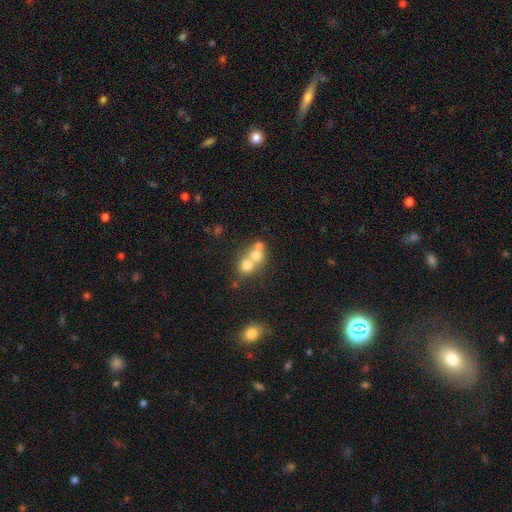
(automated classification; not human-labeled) This appears to be a smooth galaxy with no disk features (65%) that is round (76%). Merging: merger (64%).